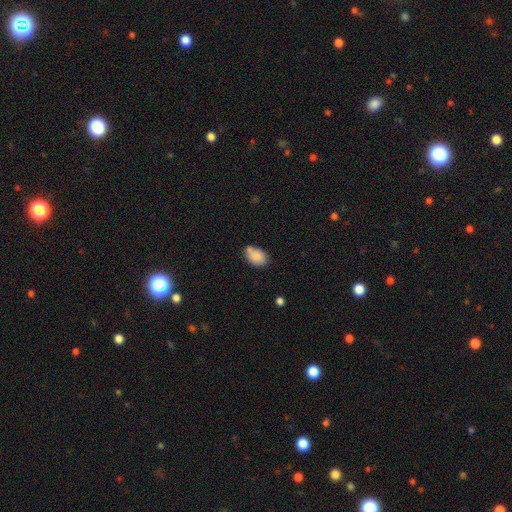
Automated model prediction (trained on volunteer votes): This is clearly a smooth galaxy (85%). How rounded: clearly in between (86%). Merging: possibly none (59%).